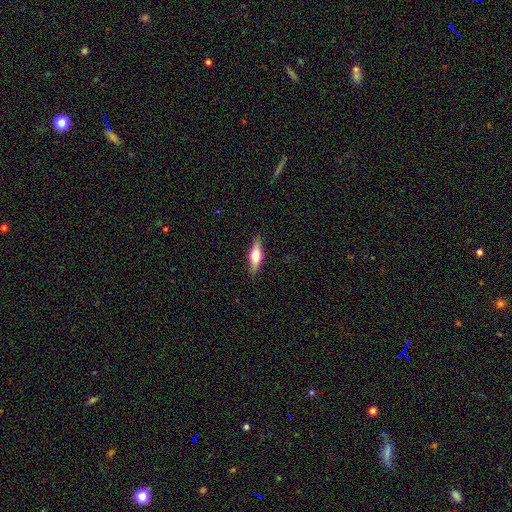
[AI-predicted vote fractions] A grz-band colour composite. It shows a featured or disk galaxy (55%) viewed edge-on (94%) with a rounded central bulge (94%). Merging: none (88%).